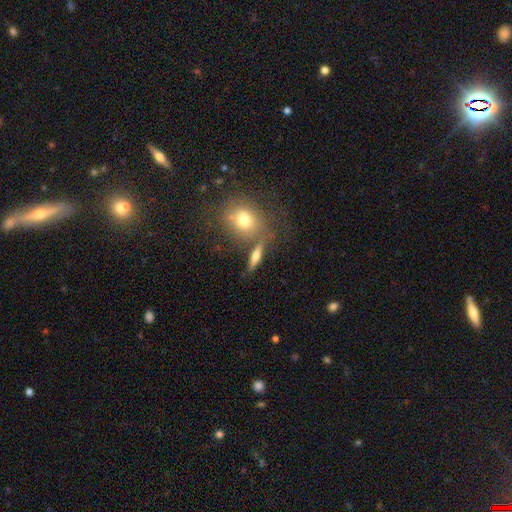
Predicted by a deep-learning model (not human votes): Overall: smooth (51%; featured or disk 39%). How rounded: cigar-shaped (44%; in between 35%). Merging: none (72%).